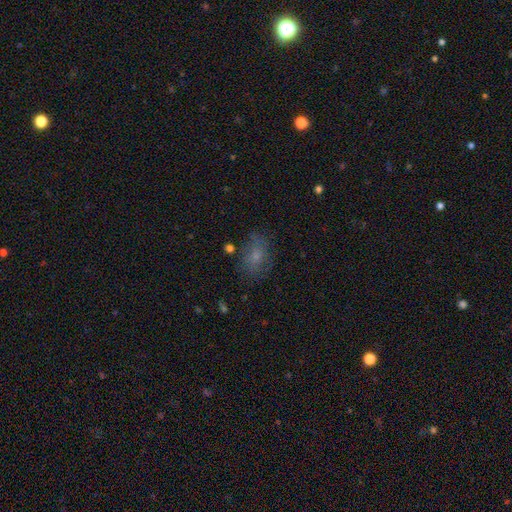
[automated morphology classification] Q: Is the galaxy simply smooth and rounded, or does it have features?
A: smooth — 63%.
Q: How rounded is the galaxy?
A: in between — 75%.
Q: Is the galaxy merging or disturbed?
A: none — 69%.